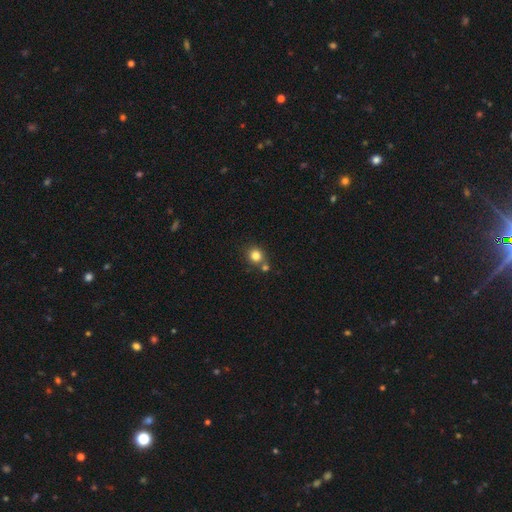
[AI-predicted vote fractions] Q: Smooth or featured?
A: smooth (82%); runner-up: star or artifact (11%)
Q: How rounded?
A: round (82%); runner-up: in between (17%)
Q: Merging?
A: none (65%); runner-up: merger (21%)